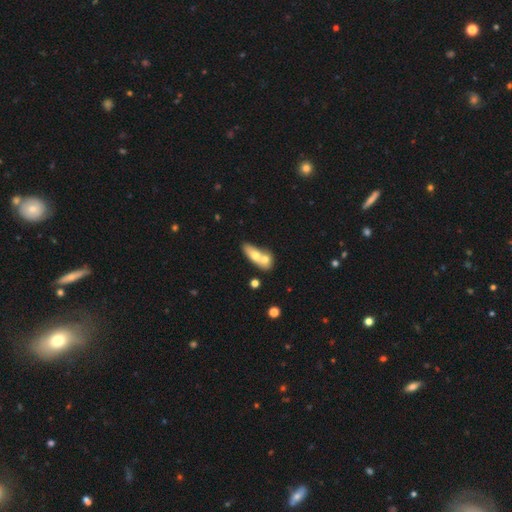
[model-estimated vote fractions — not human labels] This appears to be a smooth galaxy with no disk features (62%) that is in between round and cigar-shaped (65%). Merging: merger (63%).